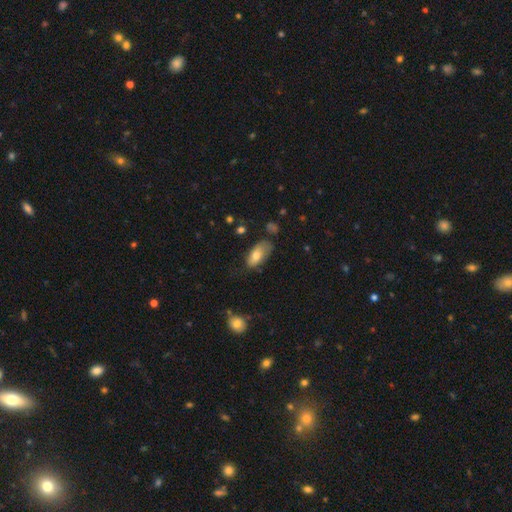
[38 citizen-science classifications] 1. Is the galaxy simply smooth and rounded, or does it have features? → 84% smooth, 16% featured or disk, 0% star or artifact.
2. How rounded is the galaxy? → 94% in between, 6% round, 0% cigar-shaped.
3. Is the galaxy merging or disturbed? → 47% none, 29% minor disturbance, 18% major disturbance, 5% merger.